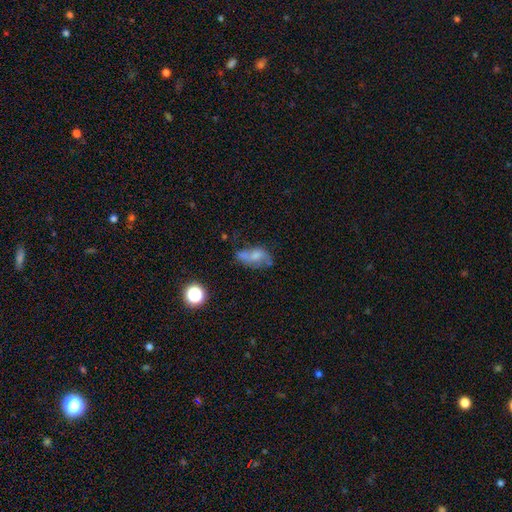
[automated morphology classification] smooth 46%, featured or disk 42%, star or artifact 12%. Down the decision tree: merging — none (37%).